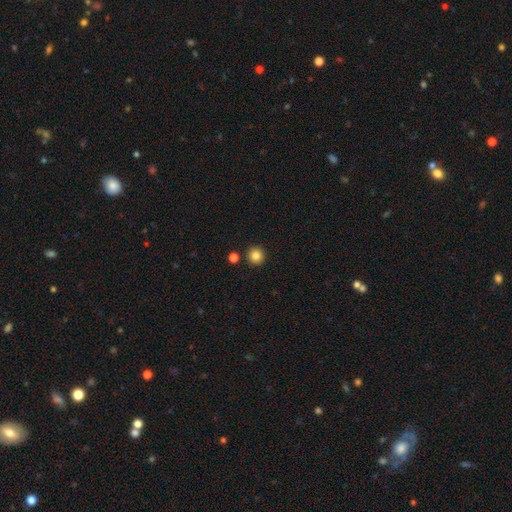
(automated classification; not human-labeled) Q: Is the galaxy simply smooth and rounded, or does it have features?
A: smooth — 85%.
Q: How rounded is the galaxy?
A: round — 95%.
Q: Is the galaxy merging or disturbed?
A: none — 90%.